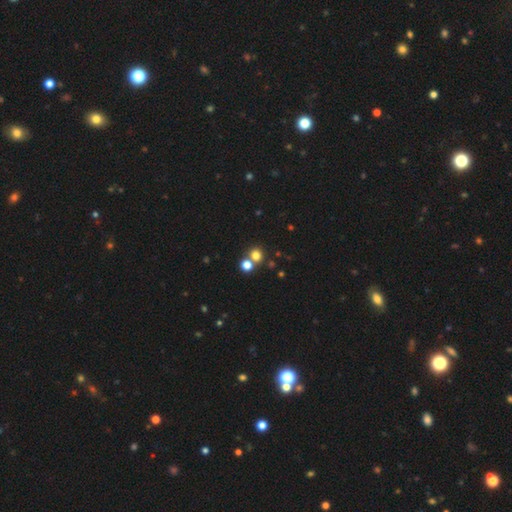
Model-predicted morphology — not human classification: type=smooth (75%); roundness=round (86%); merging=none (61%).